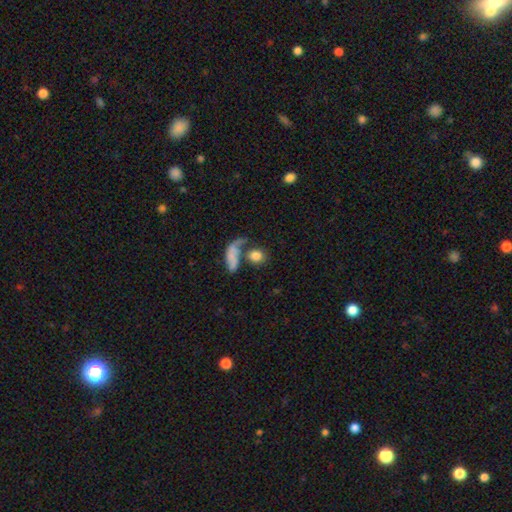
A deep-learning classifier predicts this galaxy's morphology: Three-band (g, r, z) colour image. It shows a smooth galaxy with no disk features (77%) that is round (67%). Merging: none (41%).